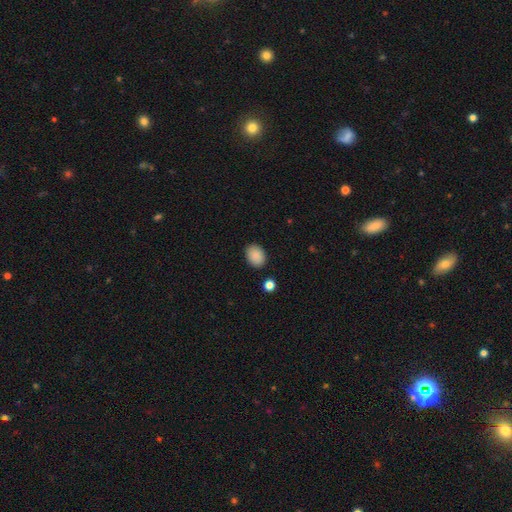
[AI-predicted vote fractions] Smooth or featured?
  - smooth: 89% *
  - star or artifact: 8%
  - featured or disk: 3%
How rounded?
  - in between: 72% *
  - round: 27%
  - cigar-shaped: 1%
Merging?
  - none: 87% *
  - minor disturbance: 9%
  - major disturbance: 2%
  - merger: 2%